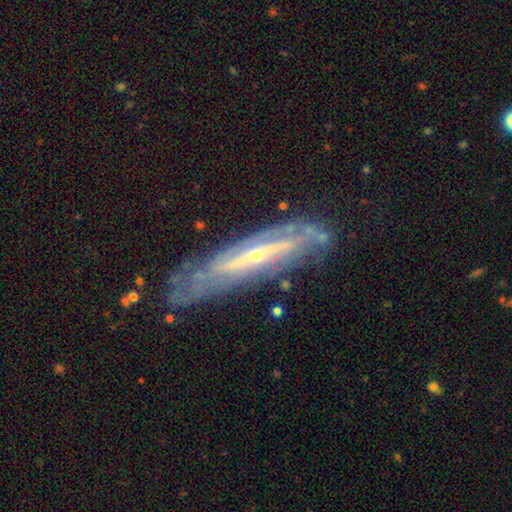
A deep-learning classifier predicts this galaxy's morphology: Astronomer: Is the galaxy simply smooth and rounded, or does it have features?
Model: featured or disk — 83%.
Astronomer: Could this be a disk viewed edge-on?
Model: no — 54% (runner-up: yes, 46%).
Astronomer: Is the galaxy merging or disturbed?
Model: none — 72%.